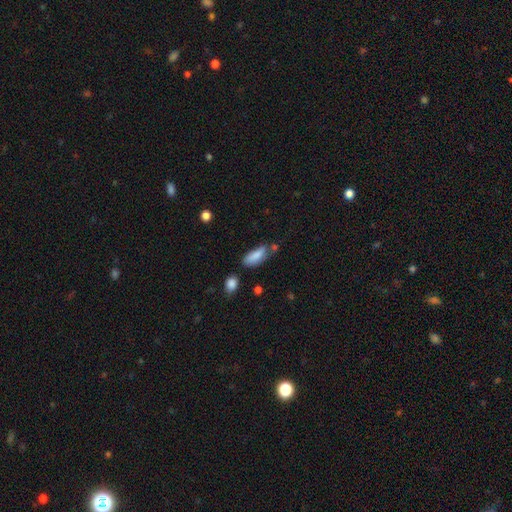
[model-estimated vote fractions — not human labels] smooth-or-featured: smooth: 84% | featured or disk: 9% | star or artifact: 7%
  how-rounded: in between: 75% | cigar-shaped: 23% | round: 2%
  merging: none: 49% | minor disturbance: 30% | merger: 11% | major disturbance: 10%